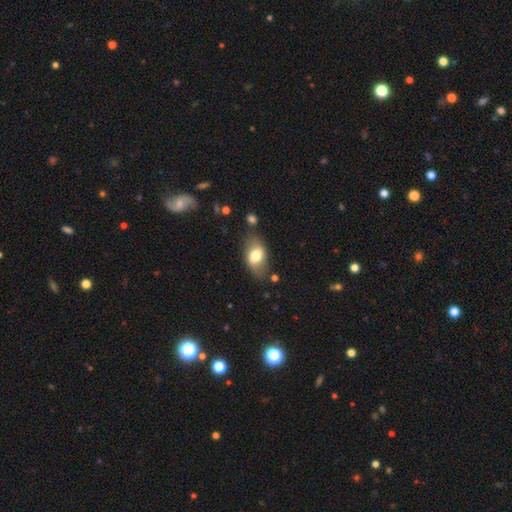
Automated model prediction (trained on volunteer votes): Smooth or featured: smooth — 69% (featured or disk — 23%)
How rounded: in between — 89% (round — 9%)
Merging: none — 73% (minor disturbance — 17%)